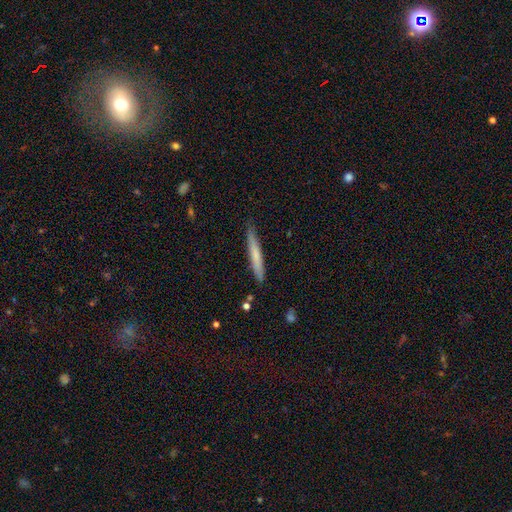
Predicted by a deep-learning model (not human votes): Smooth or featured?
  - smooth: 65% *
  - featured or disk: 29%
  - star or artifact: 6%
How rounded?
  - cigar-shaped: 96% *
  - in between: 3%
  - round: 1%
Merging?
  - none: 86% *
  - minor disturbance: 11%
  - major disturbance: 2%
  - merger: 1%